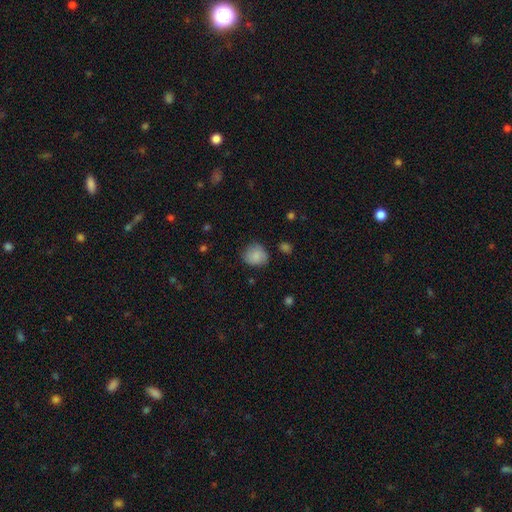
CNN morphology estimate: The model was most divided on "merging": none: 71%, minor disturbance: 22%, major disturbance: 5%, merger: 2%. More confident: smooth or featured — smooth (84%); how rounded — round (74%).